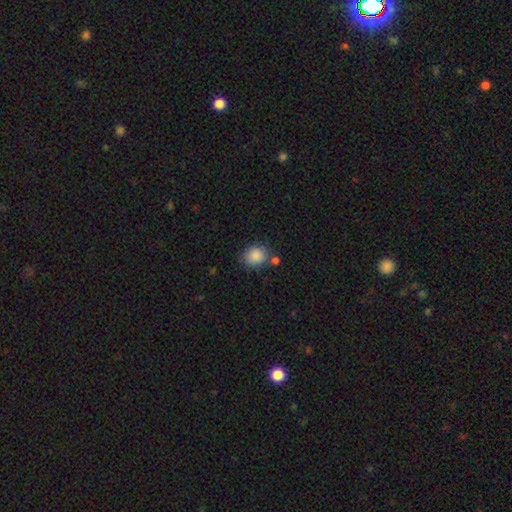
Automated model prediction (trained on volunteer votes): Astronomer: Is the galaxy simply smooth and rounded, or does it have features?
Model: smooth — 88%.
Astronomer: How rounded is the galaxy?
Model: round — 62%.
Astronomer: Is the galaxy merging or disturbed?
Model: none — 70%.